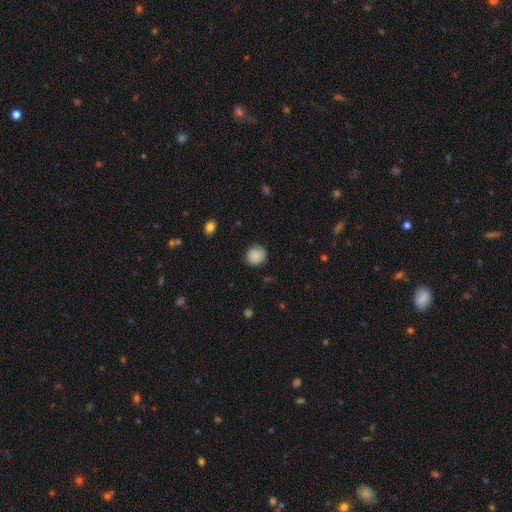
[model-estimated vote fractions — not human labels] Smooth or featured? Predicted: smooth (p=0.87). How rounded? Predicted: round (p=0.90). Merging? Predicted: none (p=0.85).